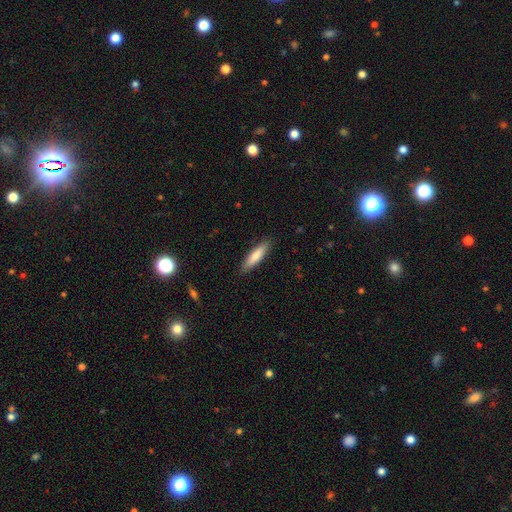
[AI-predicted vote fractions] Smooth or featured? Predicted: smooth (p=0.79). How rounded? Predicted: cigar-shaped (p=0.73). Merging? Predicted: none (p=0.88).